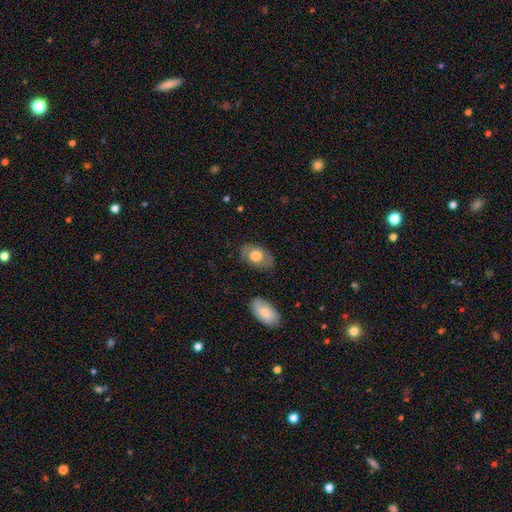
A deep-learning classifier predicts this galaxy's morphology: A smooth galaxy with no disk features (59%) that is in between round and cigar-shaped (85%). Merging: none (73%).